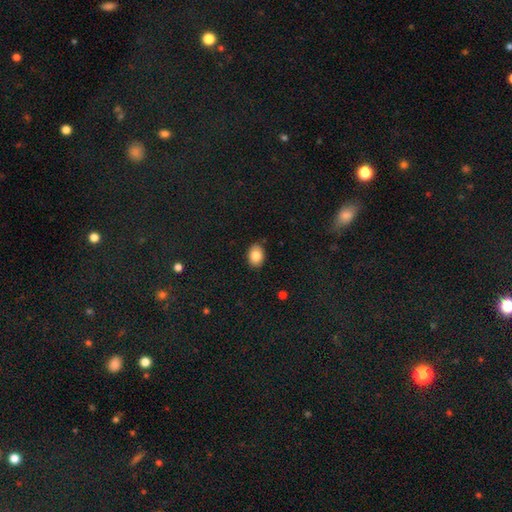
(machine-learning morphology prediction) The model was most divided on "how rounded": in between: 72%, round: 27%, cigar-shaped: 1%. More confident: merging — none (88%); smooth or featured — smooth (83%).